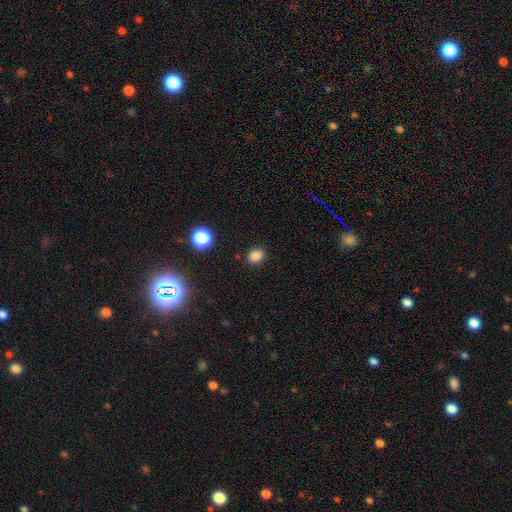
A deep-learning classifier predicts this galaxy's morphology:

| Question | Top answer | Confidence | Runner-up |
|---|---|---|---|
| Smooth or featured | smooth | 83% | star or artifact (13%) |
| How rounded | in between | 57% | round (42%) |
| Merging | none | 87% | minor disturbance (9%) |